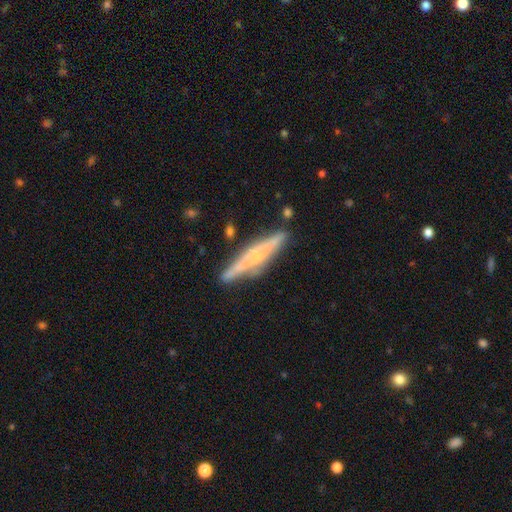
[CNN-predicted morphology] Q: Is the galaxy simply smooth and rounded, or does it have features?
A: featured or disk — 62%.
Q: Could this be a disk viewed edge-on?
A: yes — 94%.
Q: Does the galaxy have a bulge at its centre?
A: rounded — 59%.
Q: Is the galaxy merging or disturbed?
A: none — 79%.